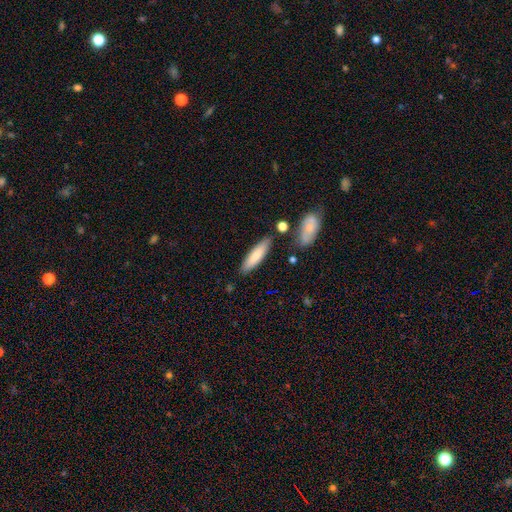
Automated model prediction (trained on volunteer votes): A smooth galaxy with no disk features (81%) that is cigar-shaped (68%). Merging: none (81%).